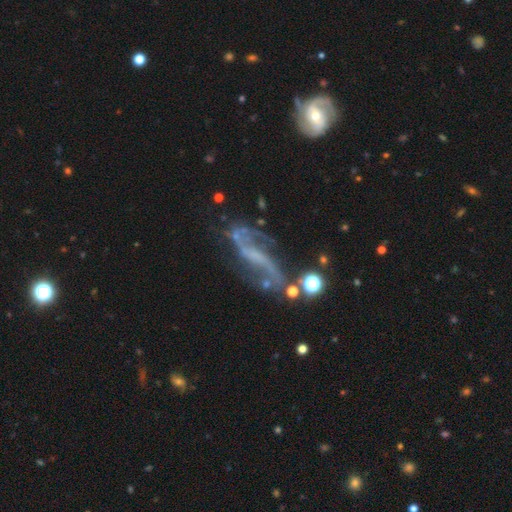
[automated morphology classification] smooth_or_featured: featured or disk (p=0.82) [alt: star or artifact p=0.10]
disk_edge_on: no (p=0.88) [alt: yes p=0.12]
bar: weak (p=0.39) [alt: strong p=0.32]
has_spiral_arms: yes (p=0.90) [alt: no p=0.10]
spiral_winding: loose (p=0.68) [alt: medium p=0.24]
spiral_arm_count: 2 (p=0.85) [alt: can't tell p=0.07]
bulge_size: none (p=0.50) [alt: small p=0.35]
merging: none (p=0.54) [alt: minor disturbance p=0.20]